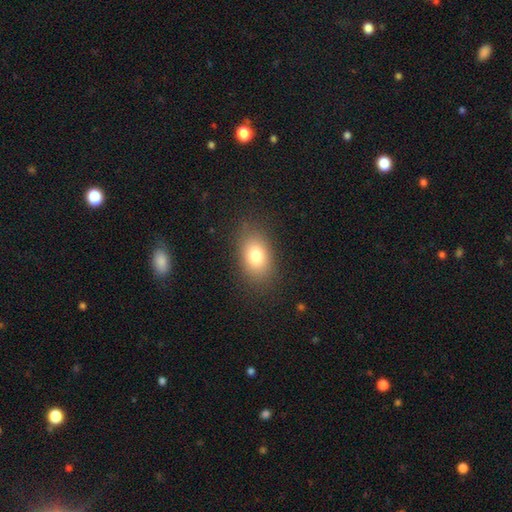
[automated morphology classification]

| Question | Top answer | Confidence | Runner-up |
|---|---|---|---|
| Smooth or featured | smooth | 80% | featured or disk (11%) |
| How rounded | in between | 84% | round (14%) |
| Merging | none | 84% | minor disturbance (11%) |